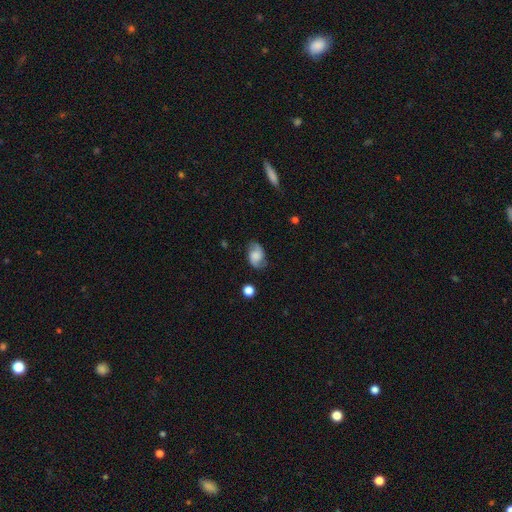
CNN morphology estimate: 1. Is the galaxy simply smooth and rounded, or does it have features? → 50% featured or disk, 40% smooth, 10% star or artifact.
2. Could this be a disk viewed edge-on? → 96% no, 4% yes.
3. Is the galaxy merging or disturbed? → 72% none, 20% minor disturbance, 6% major disturbance, 2% merger.